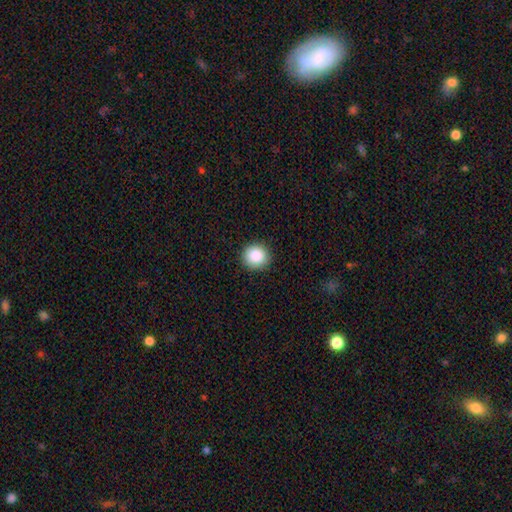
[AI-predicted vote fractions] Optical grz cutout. It shows a smooth galaxy with no disk features (88%) that is round (90%). Merging: none (91%).